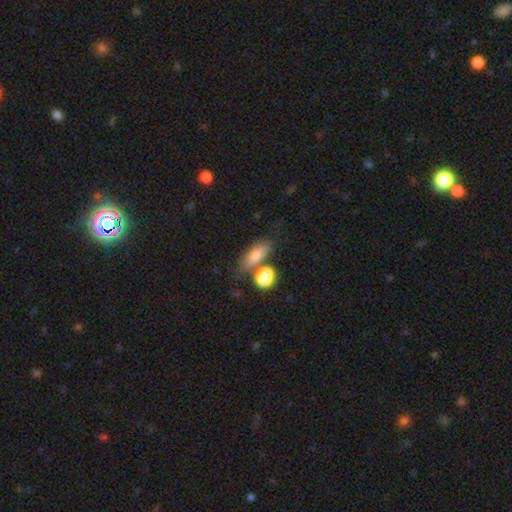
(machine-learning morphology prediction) type=smooth (76%); roundness=in between (70%); merging=none (57%).